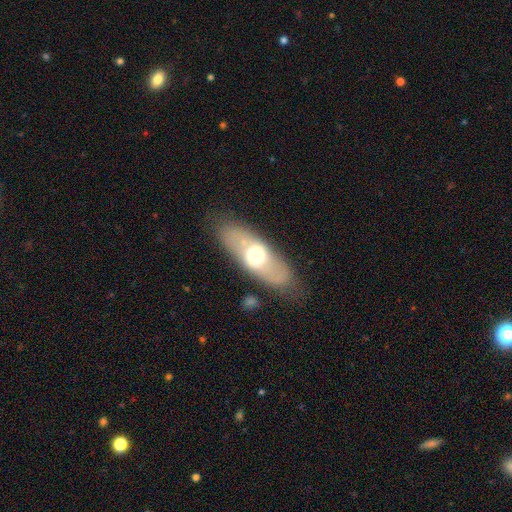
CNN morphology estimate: This is possibly a smooth galaxy (53%). How rounded: likely in between (75%). Merging: likely none (77%).